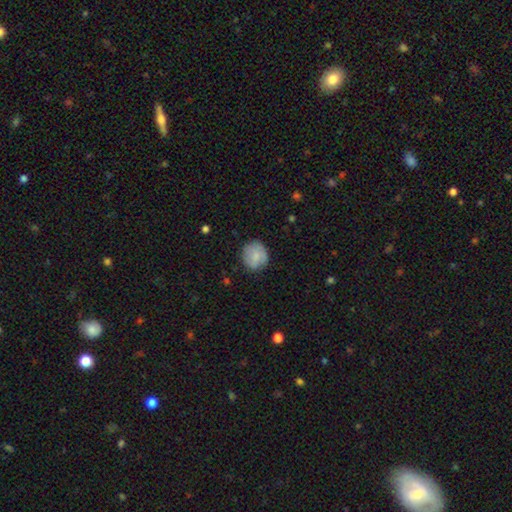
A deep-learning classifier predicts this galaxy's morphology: smooth 81%, featured or disk 12%, star or artifact 7%. Down the decision tree: how rounded — round (82%); merging — none (78%).